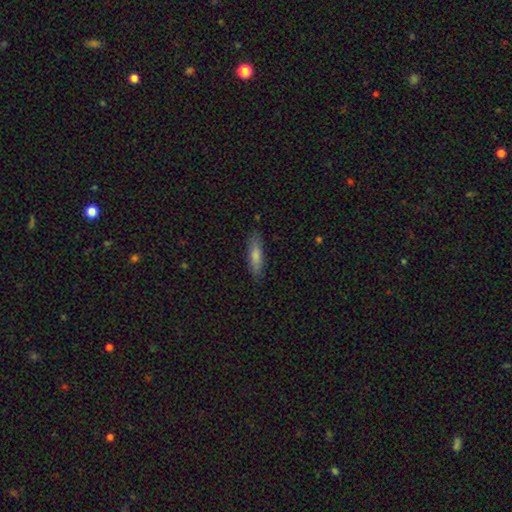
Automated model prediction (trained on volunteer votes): Smooth or featured? Predicted: smooth (p=0.78). How rounded? Predicted: cigar-shaped (p=0.67). Merging? Predicted: none (p=0.84).